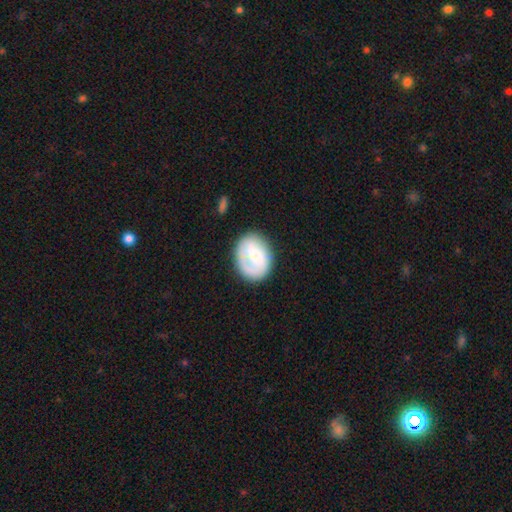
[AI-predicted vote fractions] smooth-or-featured: smooth: 55% | featured or disk: 38% | star or artifact: 7%
  how-rounded: in between: 59% | round: 40% | cigar-shaped: 1%
  merging: none: 65% | minor disturbance: 22% | major disturbance: 10% | merger: 3%